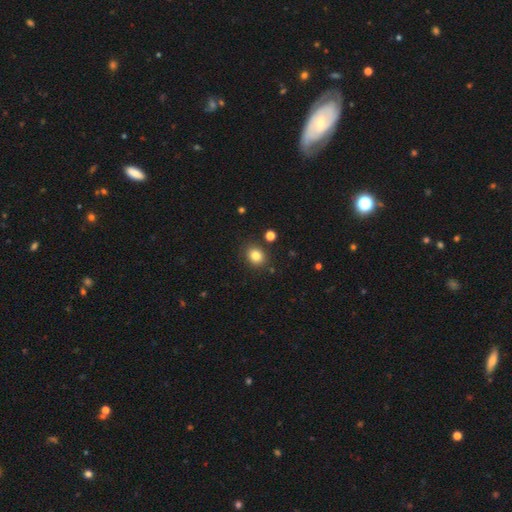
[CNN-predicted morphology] smooth_or_featured: smooth (p=0.82) [alt: star or artifact p=0.12]
how_rounded: round (p=0.64) [alt: in between p=0.35]
merging: none (p=0.86) [alt: minor disturbance p=0.09]